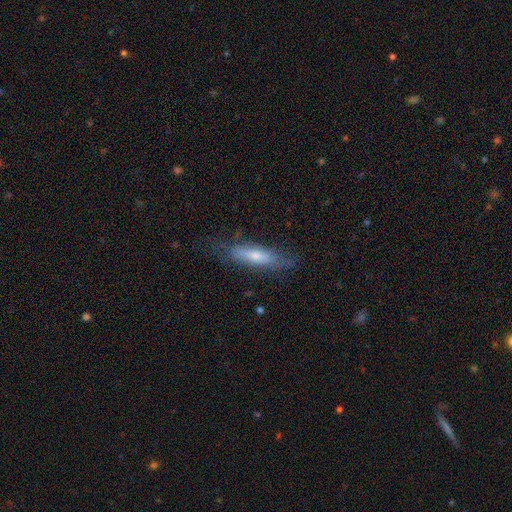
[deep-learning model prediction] Smooth or featured? Predicted: smooth (p=0.51). How rounded? Predicted: cigar-shaped (p=0.71). Merging? Predicted: none (p=0.68).